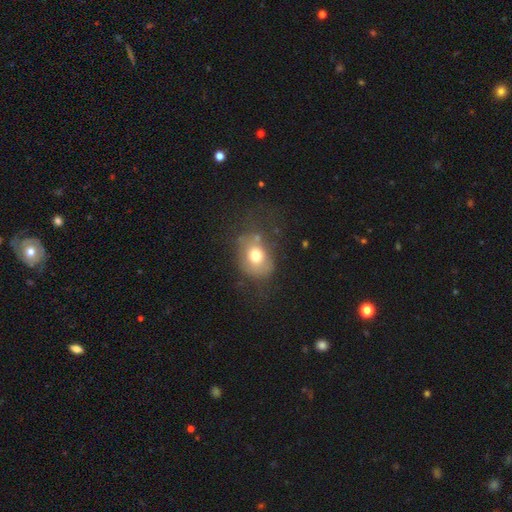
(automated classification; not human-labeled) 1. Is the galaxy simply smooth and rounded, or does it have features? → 69% smooth, 20% featured or disk, 11% star or artifact.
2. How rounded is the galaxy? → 54% in between, 45% round, 1% cigar-shaped.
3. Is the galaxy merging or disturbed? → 49% none, 26% minor disturbance, 21% major disturbance, 4% merger.